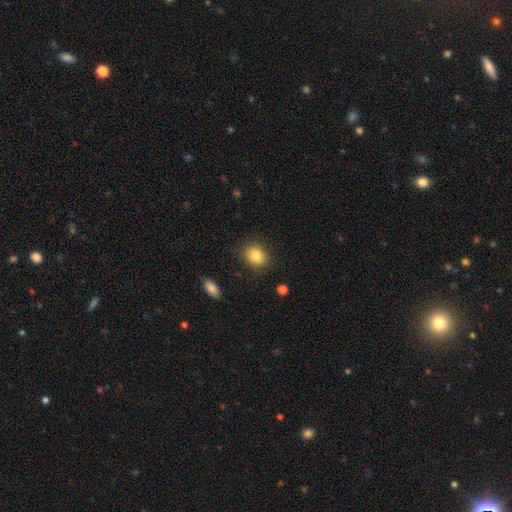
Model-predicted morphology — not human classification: This is clearly a smooth galaxy (84%). How rounded: possibly in between (53%). Merging: clearly none (85%).